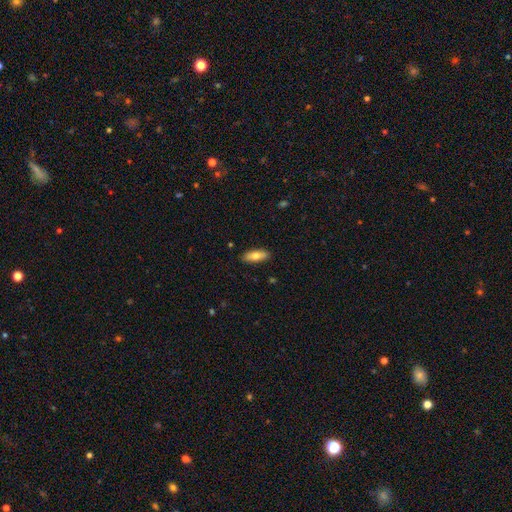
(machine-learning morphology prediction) Overall: smooth (76%). How rounded: in between (73%). Merging: none (88%).